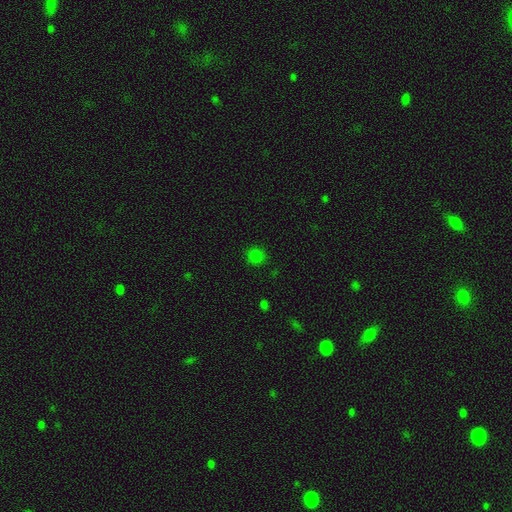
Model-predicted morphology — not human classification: This appears to be a smooth galaxy with no disk features (80%) that is round (90%). Merging: none (89%).